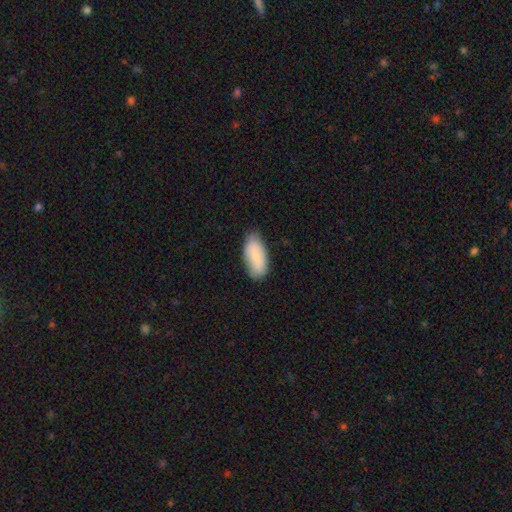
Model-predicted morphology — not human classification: Smooth or featured? Predicted: smooth (p=0.84). How rounded? Predicted: in between (p=0.91). Merging? Predicted: none (p=0.77).